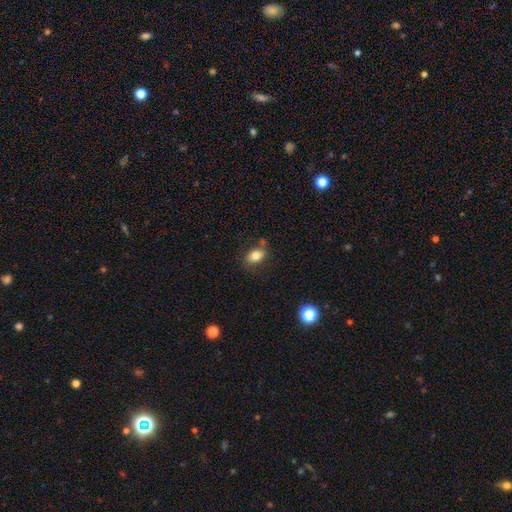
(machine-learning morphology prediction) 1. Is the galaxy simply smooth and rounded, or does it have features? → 81% smooth, 10% featured or disk, 9% star or artifact.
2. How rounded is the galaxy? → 80% in between, 19% round, 2% cigar-shaped.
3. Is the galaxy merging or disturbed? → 72% none, 16% minor disturbance, 7% merger, 4% major disturbance.